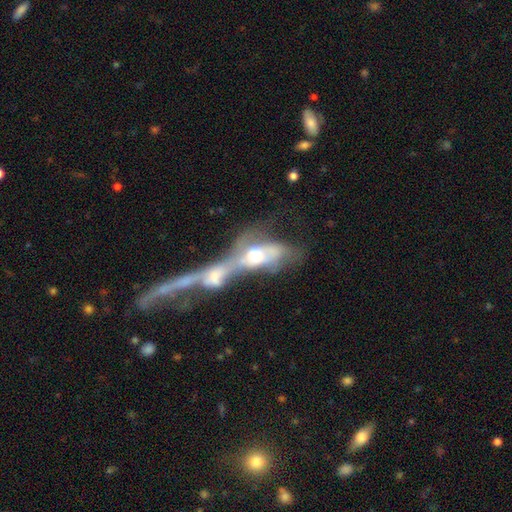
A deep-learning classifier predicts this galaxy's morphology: type=featured or disk (53%); edge-on=no (80%); merging=merger (79%).